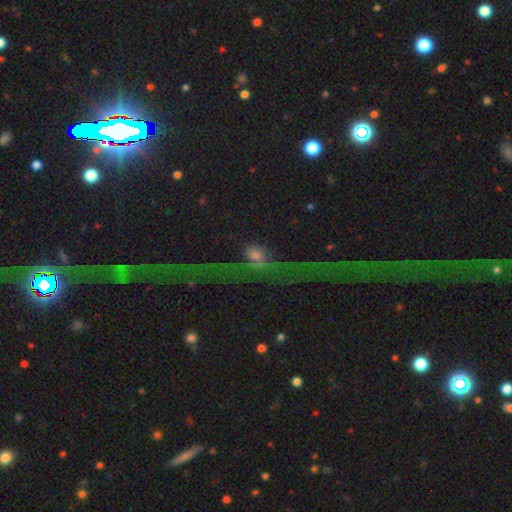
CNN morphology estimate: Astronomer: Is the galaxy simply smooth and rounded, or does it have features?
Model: featured or disk — 36%, tied with smooth at 36%.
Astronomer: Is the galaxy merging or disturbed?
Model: major disturbance — 39% (runner-up: none, 30%).